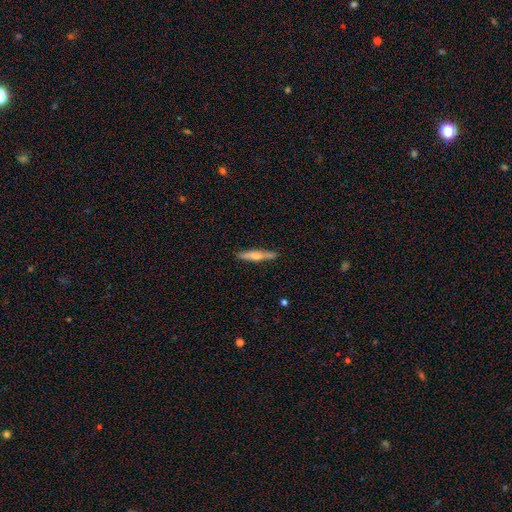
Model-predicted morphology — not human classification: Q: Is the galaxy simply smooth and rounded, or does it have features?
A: featured or disk — 48%.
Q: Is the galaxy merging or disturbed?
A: none — 88%.